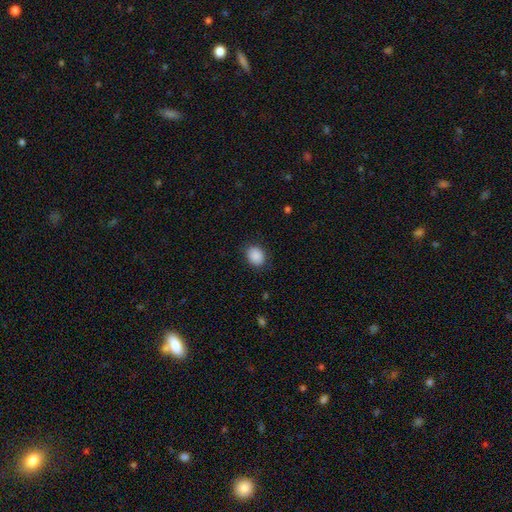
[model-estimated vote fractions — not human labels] The model was most divided on "how rounded": round: 54%, in between: 45%, cigar-shaped: 1%. More confident: smooth or featured — smooth (89%); merging — none (85%).